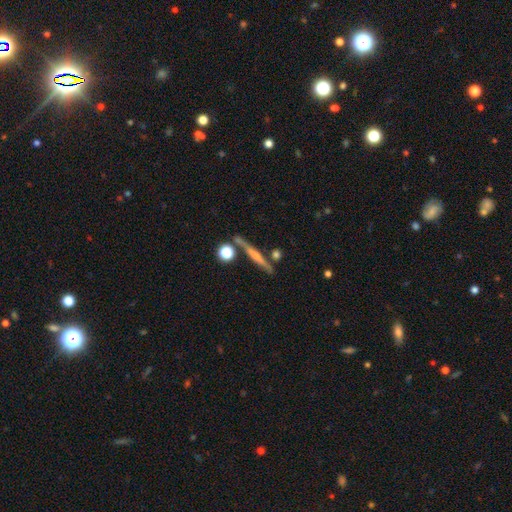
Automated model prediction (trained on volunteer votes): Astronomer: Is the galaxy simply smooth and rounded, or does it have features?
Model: featured or disk — 59%.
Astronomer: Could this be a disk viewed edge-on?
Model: yes — 95%.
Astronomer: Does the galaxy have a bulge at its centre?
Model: rounded — 52% (runner-up: none, 30%).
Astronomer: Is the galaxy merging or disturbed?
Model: none — 76%.